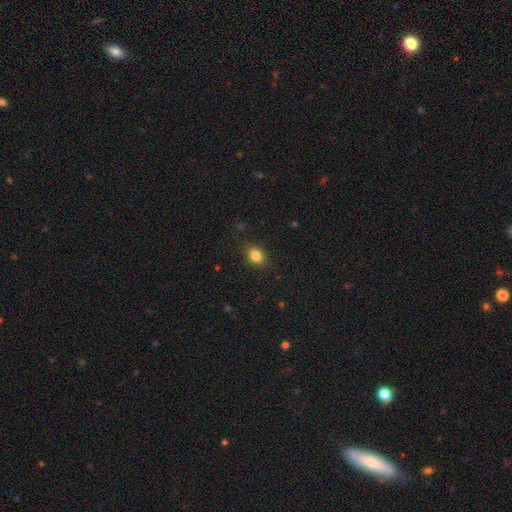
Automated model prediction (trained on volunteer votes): Q: Smooth or featured?
A: smooth (83%); runner-up: star or artifact (11%)
Q: How rounded?
A: in between (56%); runner-up: round (43%)
Q: Merging?
A: none (83%); runner-up: minor disturbance (13%)